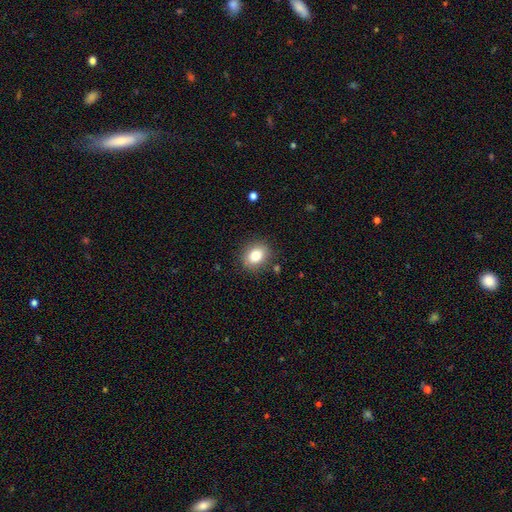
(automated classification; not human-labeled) A smooth galaxy with no disk features (81%) that is round (59%). Merging: none (86%).